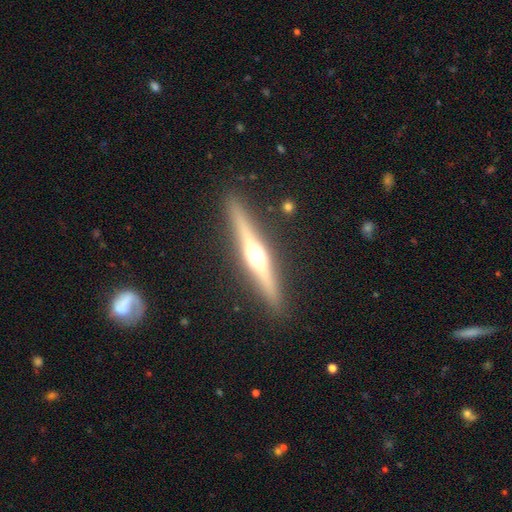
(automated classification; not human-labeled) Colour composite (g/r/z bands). It shows a featured or disk galaxy (76%) viewed edge-on (97%) with a rounded central bulge (94%). Merging: none (90%).